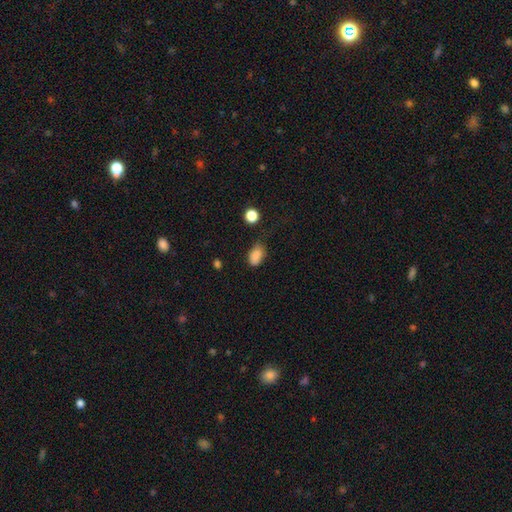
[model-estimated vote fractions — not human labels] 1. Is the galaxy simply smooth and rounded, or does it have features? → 86% smooth, 10% star or artifact, 5% featured or disk.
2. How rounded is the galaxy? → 87% in between, 12% round, 2% cigar-shaped.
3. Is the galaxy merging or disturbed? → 58% none, 31% minor disturbance, 8% major disturbance, 3% merger.